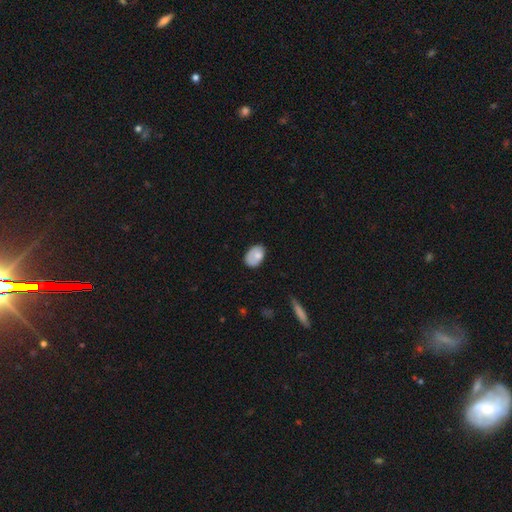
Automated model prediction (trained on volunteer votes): Morphology: type=smooth (74%); roundness=in between (85%); merging=none (57%).